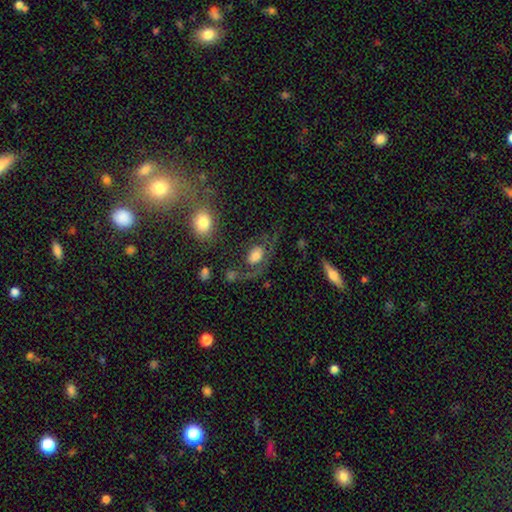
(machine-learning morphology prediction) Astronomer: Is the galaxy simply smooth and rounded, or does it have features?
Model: smooth — 50% (runner-up: featured or disk, 39%).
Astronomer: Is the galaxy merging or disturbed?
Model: none — 44% (runner-up: major disturbance, 29%).